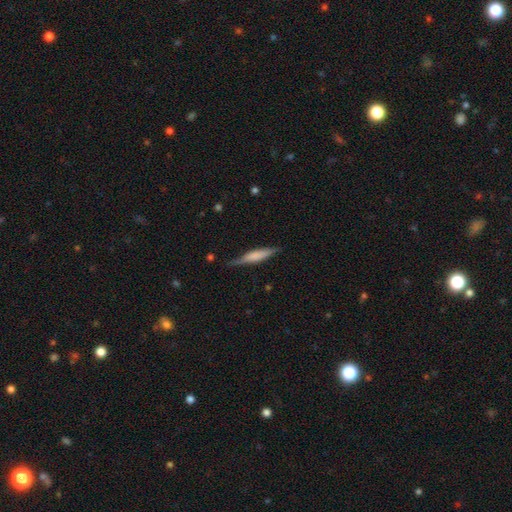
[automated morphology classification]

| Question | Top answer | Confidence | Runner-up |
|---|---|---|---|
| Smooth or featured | smooth | 56% | featured or disk (38%) |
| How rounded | cigar-shaped | 82% | in between (16%) |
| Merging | none | 73% | minor disturbance (21%) |